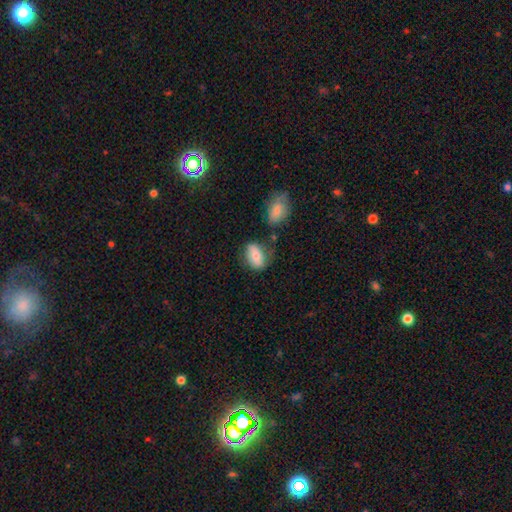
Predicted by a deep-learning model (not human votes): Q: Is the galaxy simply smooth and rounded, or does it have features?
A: smooth — 74%.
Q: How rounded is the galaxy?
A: in between — 84%.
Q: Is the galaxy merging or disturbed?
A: none — 64%.